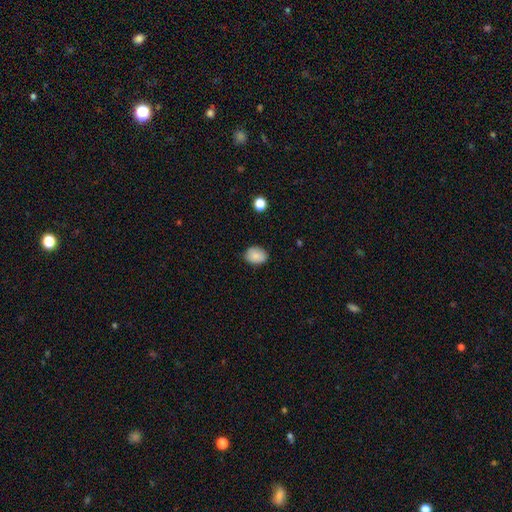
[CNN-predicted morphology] A smooth galaxy with no disk features (86%) that is in between round and cigar-shaped (65%).

Vote fractions:
- Smooth or featured? smooth: 86% / star or artifact: 8% / featured or disk: 6%
- How rounded? in between: 65% / round: 34% / cigar-shaped: 1%
- Merging? none: 84% / minor disturbance: 13% / major disturbance: 2% / merger: 1%